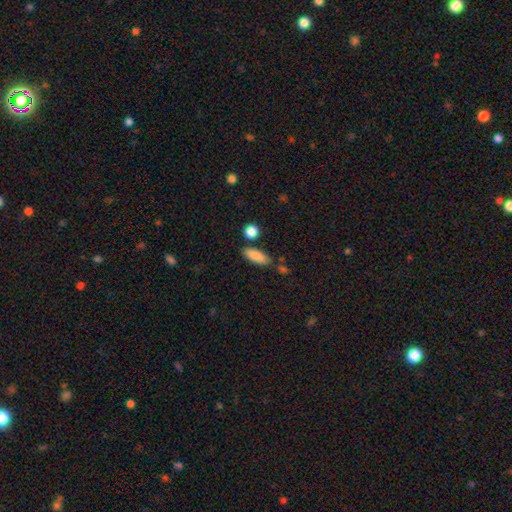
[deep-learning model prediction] Smooth or featured? Predicted: smooth (p=0.85). How rounded? Predicted: in between (p=0.70). Merging? Predicted: none (p=0.77).